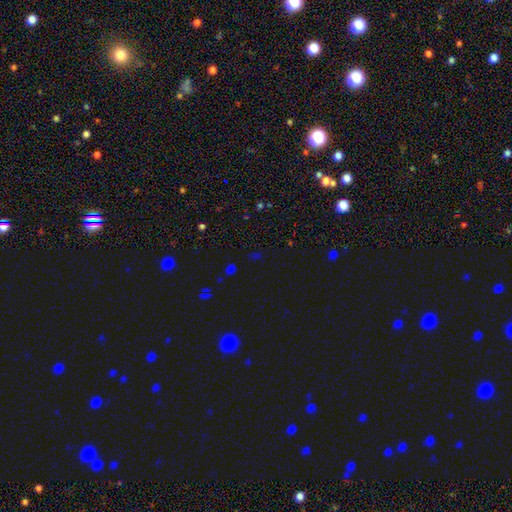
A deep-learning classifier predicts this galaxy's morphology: Q: Smooth or featured?
A: star or artifact (60%); runner-up: smooth (33%)